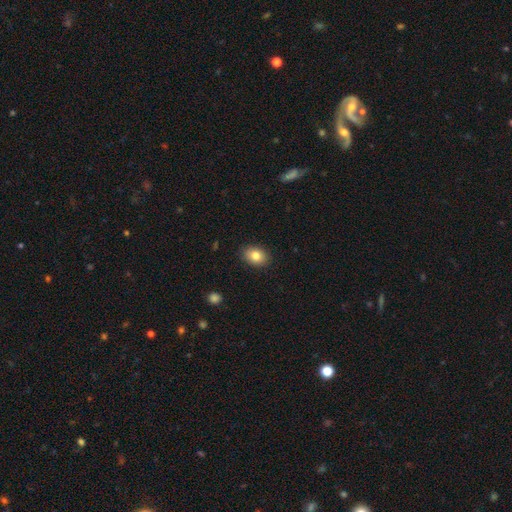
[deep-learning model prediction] A smooth galaxy with no disk features (83%) that is in between round and cigar-shaped (70%). Merging: none (88%).